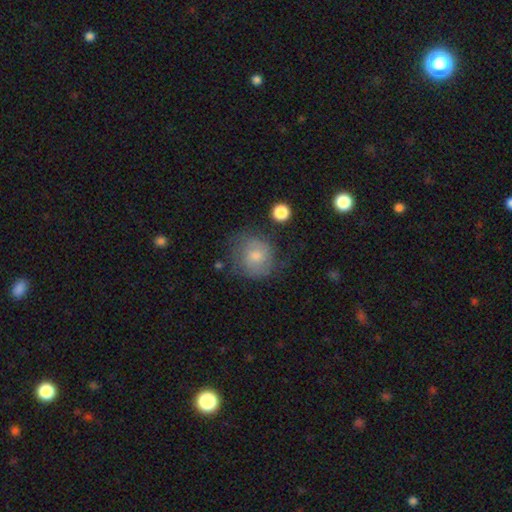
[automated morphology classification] Overall: smooth (56%; featured or disk 34%). How rounded: round (81%). Merging: none (64%).